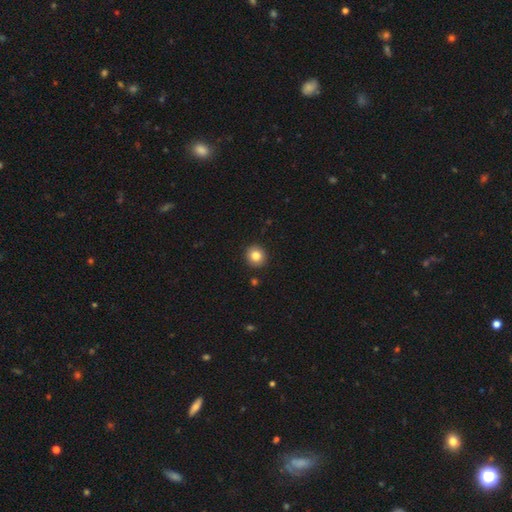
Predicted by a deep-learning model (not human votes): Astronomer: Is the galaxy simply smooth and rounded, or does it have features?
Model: smooth — 83%.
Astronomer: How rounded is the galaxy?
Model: round — 90%.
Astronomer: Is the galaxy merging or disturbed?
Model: none — 92%.